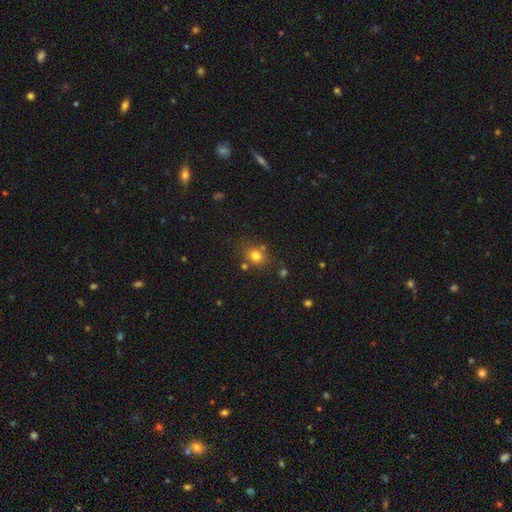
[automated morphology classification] Q: Smooth or featured?
A: smooth (77%); runner-up: star or artifact (14%)
Q: How rounded?
A: round (56%); runner-up: in between (43%)
Q: Merging?
A: none (70%); runner-up: minor disturbance (14%)